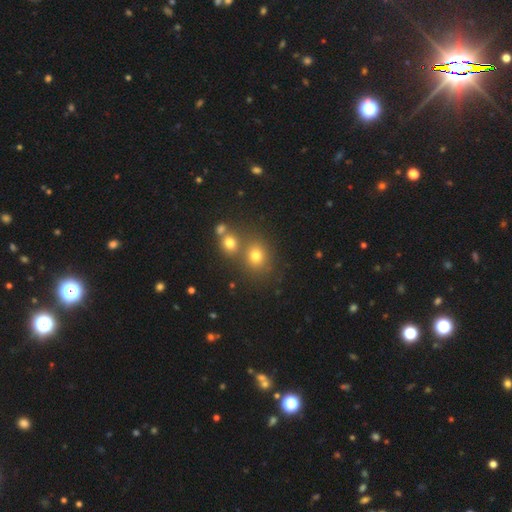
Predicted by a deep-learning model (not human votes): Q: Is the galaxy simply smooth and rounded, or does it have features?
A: smooth — 71%.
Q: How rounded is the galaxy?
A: round — 77%.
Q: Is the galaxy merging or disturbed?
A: none — 64%.